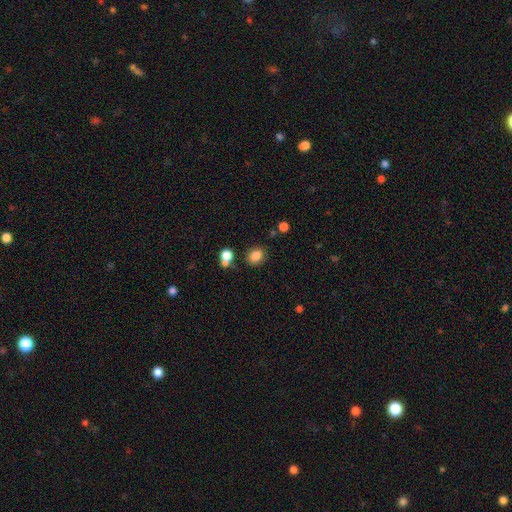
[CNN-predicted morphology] This appears to be a smooth galaxy with no disk features (83%) that is round (52%). Merging: none (78%).